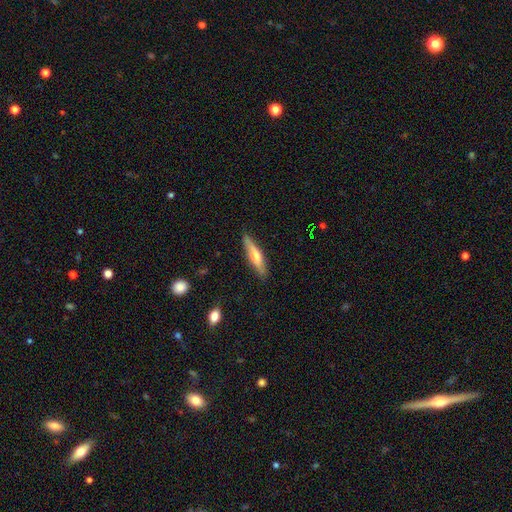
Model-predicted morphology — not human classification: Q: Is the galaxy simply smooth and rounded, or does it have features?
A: smooth — 47%.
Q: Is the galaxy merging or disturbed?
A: none — 85%.